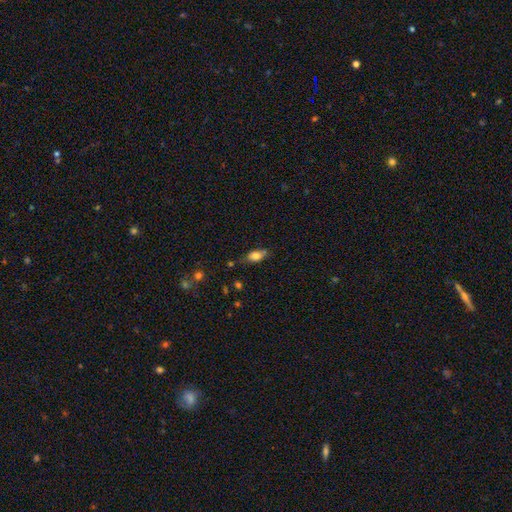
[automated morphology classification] A smooth galaxy with no disk features (73%) that is in between round and cigar-shaped (80%).

Vote fractions:
- Smooth or featured? smooth: 73% / featured or disk: 18% / star or artifact: 9%
- How rounded? in between: 80% / cigar-shaped: 12% / round: 8%
- Merging? none: 60% / minor disturbance: 26% / major disturbance: 8% / merger: 6%